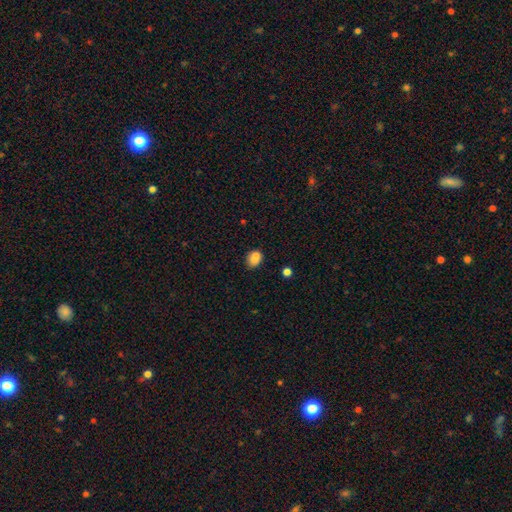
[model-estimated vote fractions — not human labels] This appears to be a smooth galaxy with no disk features (83%) that is in between round and cigar-shaped (61%). Merging: none (63%).